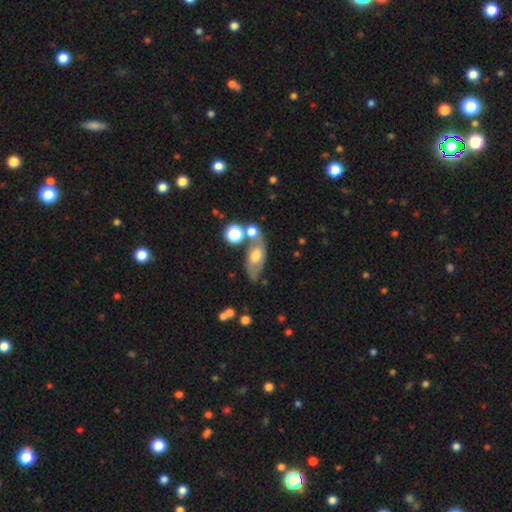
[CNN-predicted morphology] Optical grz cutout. It shows a smooth galaxy with no disk features (50%). Merging: none (45%).